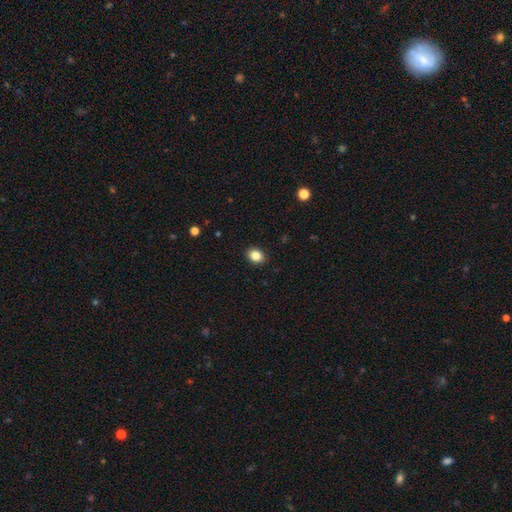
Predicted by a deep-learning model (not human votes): Morphology: type=smooth (85%); roundness=in between (51%); merging=none (91%).